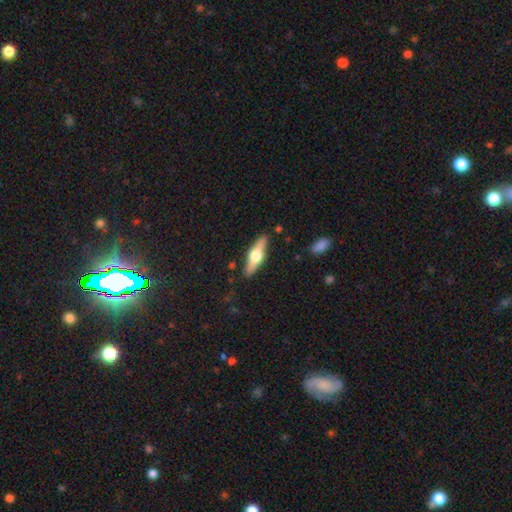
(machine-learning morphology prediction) smooth-or-featured: featured or disk: 62% | smooth: 33% | star or artifact: 6%
  disk-edge-on: yes: 95% | no: 5%
    edge-on-bulge: rounded: 95% | boxy: 4% | none: 1%
  merging: none: 88% | minor disturbance: 9% | major disturbance: 2% | merger: 1%